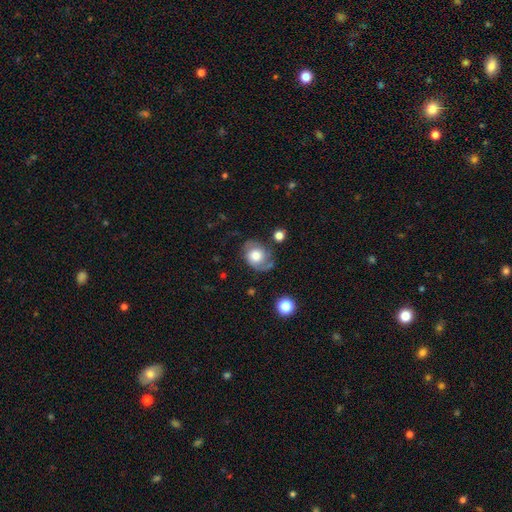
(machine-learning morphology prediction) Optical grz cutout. It shows a smooth galaxy with no disk features (49%). Merging: none (55%).